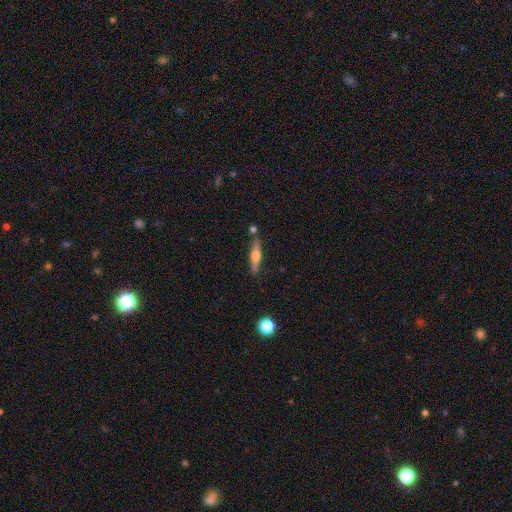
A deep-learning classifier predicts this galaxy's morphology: Smooth or featured? Predicted: featured or disk (p=0.54). Edge-on disk? Predicted: yes (p=0.94). Edge-on bulge? Predicted: rounded (p=0.90). Merging? Predicted: none (p=0.80).